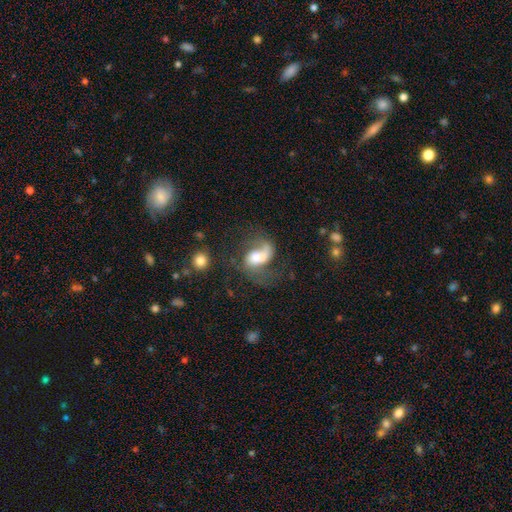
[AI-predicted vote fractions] featured or disk 65%, smooth 26%, star or artifact 9%. Down the decision tree: edge-on disk — no (97%); bar — no (63%); spiral arms — yes (83%); spiral arm count — 1 (61%); spiral winding — loose (60%); bulge size — moderate (52%); merging — major disturbance (39%).